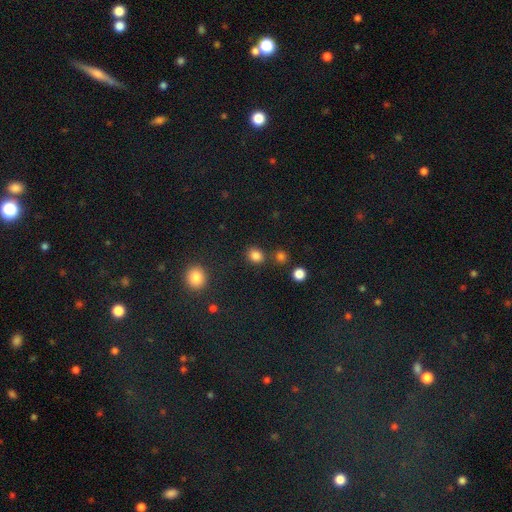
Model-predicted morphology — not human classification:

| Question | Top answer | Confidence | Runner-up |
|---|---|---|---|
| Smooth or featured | smooth | 84% | star or artifact (12%) |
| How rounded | round | 65% | in between (34%) |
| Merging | none | 80% | minor disturbance (9%) |